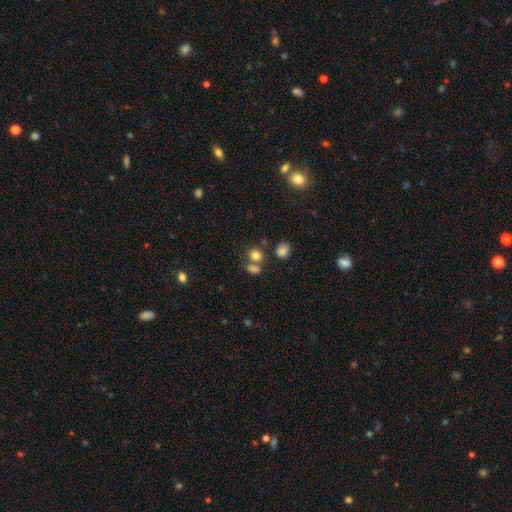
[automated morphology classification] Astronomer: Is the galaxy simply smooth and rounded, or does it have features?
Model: smooth — 78%.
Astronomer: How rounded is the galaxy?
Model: round — 72%.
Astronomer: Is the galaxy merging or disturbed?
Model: none — 56%.